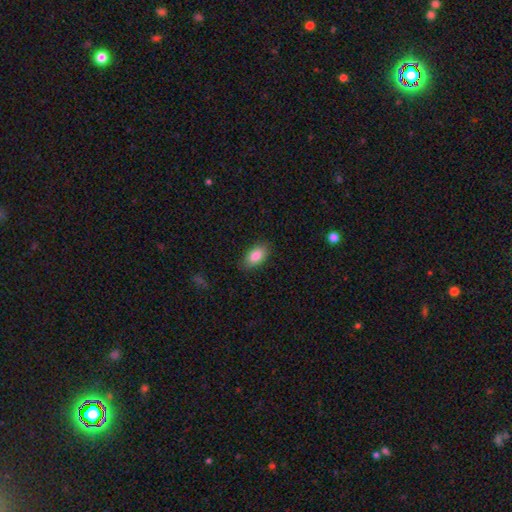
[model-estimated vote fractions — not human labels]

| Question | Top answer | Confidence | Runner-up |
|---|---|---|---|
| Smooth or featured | smooth | 87% | star or artifact (7%) |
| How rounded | in between | 93% | round (5%) |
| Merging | none | 86% | minor disturbance (11%) |